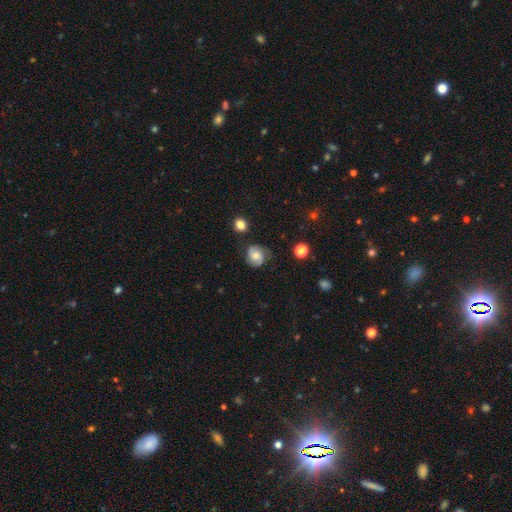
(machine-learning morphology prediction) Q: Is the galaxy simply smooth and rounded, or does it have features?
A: featured or disk — 46%.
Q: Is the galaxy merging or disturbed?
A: none — 66%.